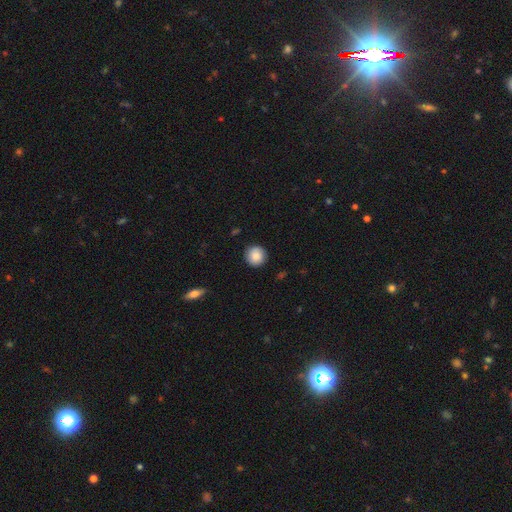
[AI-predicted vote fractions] A smooth galaxy with no disk features (85%) that is round (95%).

Vote fractions:
- Smooth or featured? smooth: 85% / star or artifact: 8% / featured or disk: 7%
- How rounded? round: 95% / in between: 4% / cigar-shaped: 1%
- Merging? none: 91% / minor disturbance: 6% / major disturbance: 2% / merger: 1%